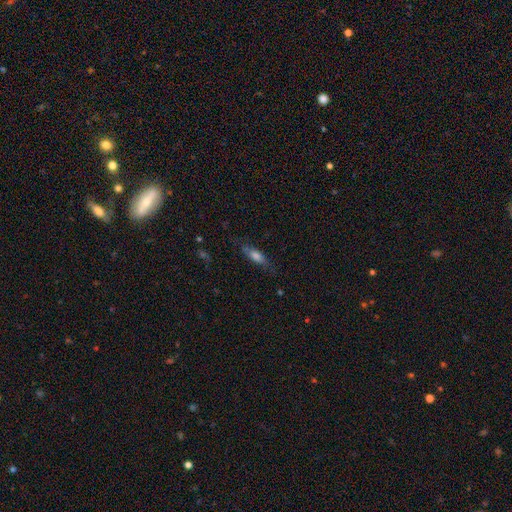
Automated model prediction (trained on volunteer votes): The model was most divided on "how rounded": in between: 51%, cigar-shaped: 46%, round: 3%. More confident: merging — none (72%); smooth or featured — smooth (67%).